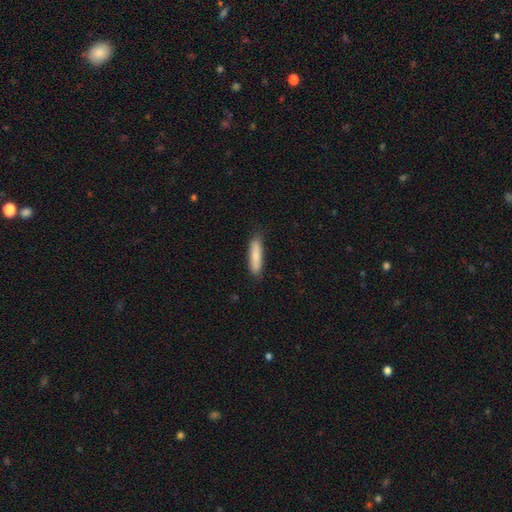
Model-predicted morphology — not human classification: This appears to be a smooth galaxy with no disk features (79%) that is cigar-shaped (76%). Merging: none (84%).